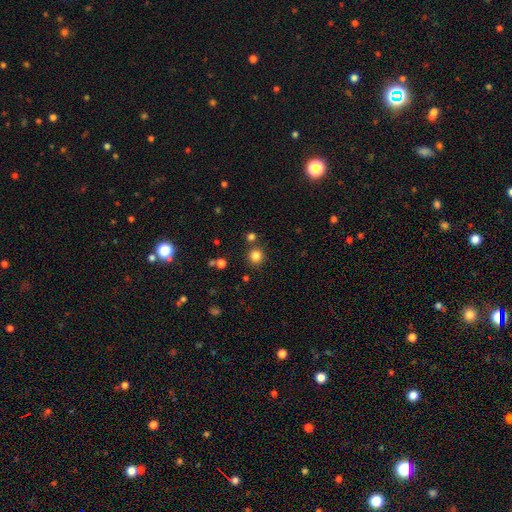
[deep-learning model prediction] Q: Smooth or featured?
A: smooth (82%); runner-up: star or artifact (14%)
Q: How rounded?
A: round (94%); runner-up: in between (5%)
Q: Merging?
A: none (83%); runner-up: merger (7%)